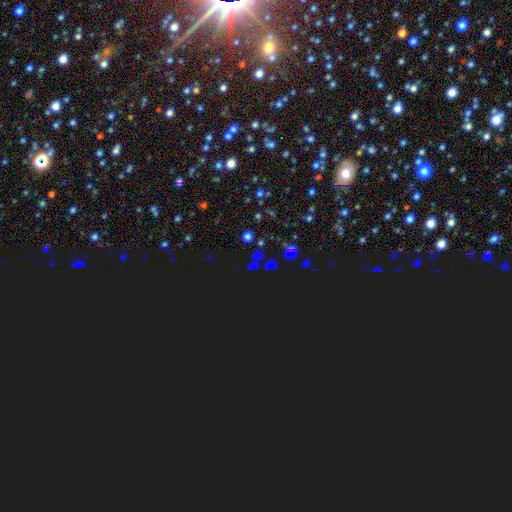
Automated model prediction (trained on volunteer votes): Overall: star or artifact (60%; smooth 31%).